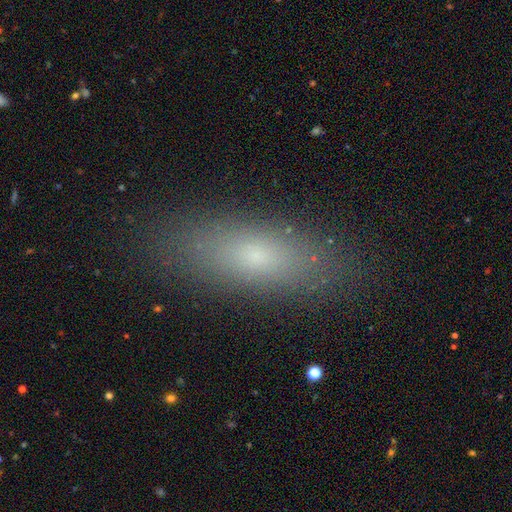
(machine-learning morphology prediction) Smooth or featured: smooth — 70% (featured or disk — 19%)
How rounded: in between — 61% (cigar-shaped — 35%)
Merging: none — 87% (minor disturbance — 9%)